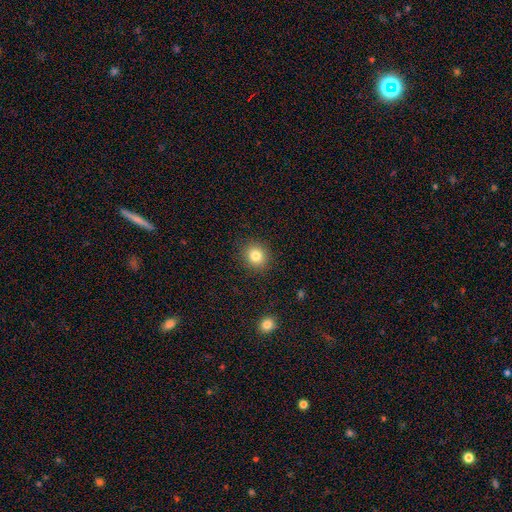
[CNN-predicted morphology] Q: Smooth or featured?
A: smooth (82%); runner-up: star or artifact (11%)
Q: How rounded?
A: round (84%); runner-up: in between (15%)
Q: Merging?
A: none (90%); runner-up: minor disturbance (6%)